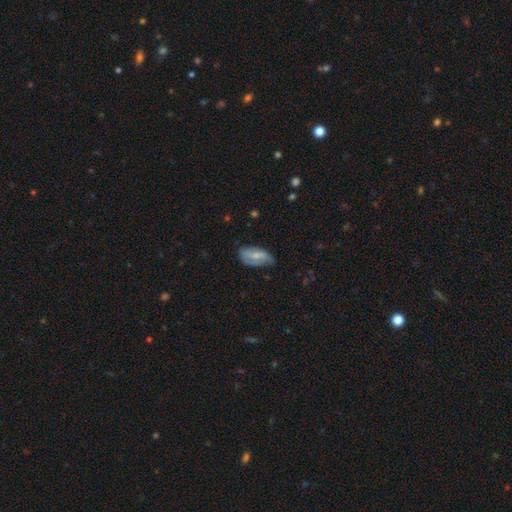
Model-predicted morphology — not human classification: type=featured or disk (50%); edge-on=no (92%); merging=none (56%).